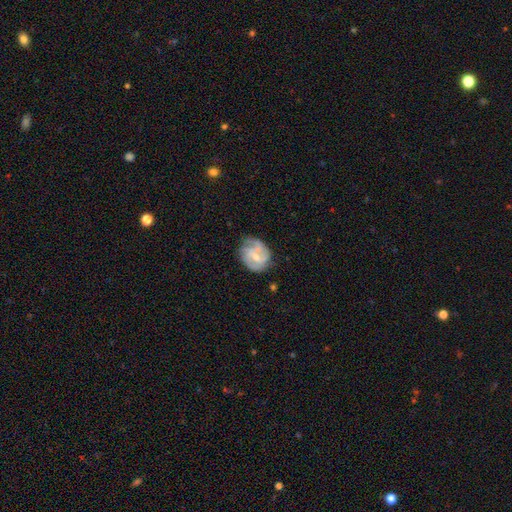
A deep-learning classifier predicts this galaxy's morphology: Smooth or featured? featured or disk (71%)
Edge-on disk? no (98%)
Bar? weak (48%)
Spiral arms? yes (87%)
Spiral winding? medium (41%)
Spiral arm count? 2 (29%)
Bulge size? small (56%)
Merging? none (59%)